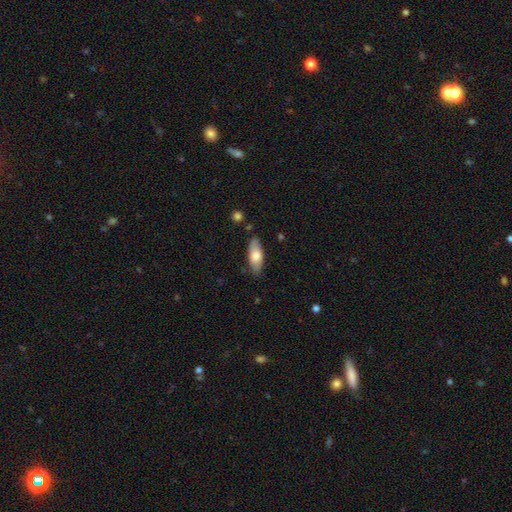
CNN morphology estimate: smooth-or-featured: smooth: 72% | featured or disk: 22% | star or artifact: 6%
  how-rounded: in between: 76% | cigar-shaped: 22% | round: 2%
  merging: none: 80% | minor disturbance: 15% | major disturbance: 3% | merger: 2%